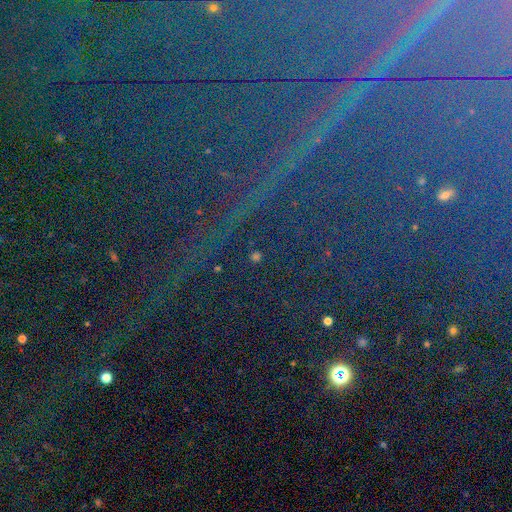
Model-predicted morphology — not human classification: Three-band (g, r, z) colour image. It shows a star or artifact, not a galaxy (85%).